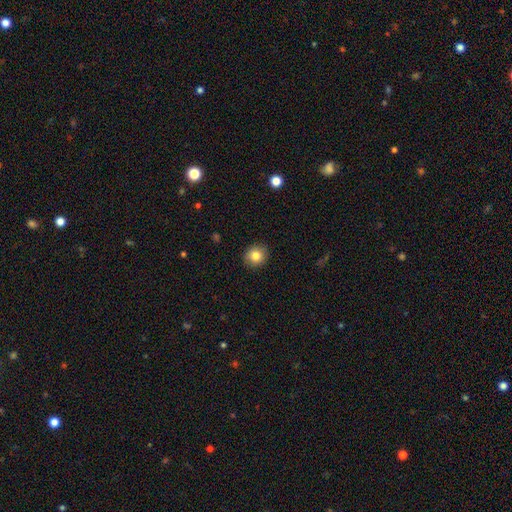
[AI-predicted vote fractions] The model was most divided on "how rounded": round: 83%, in between: 16%, cigar-shaped: 1%. More confident: merging — none (91%); smooth or featured — smooth (83%).